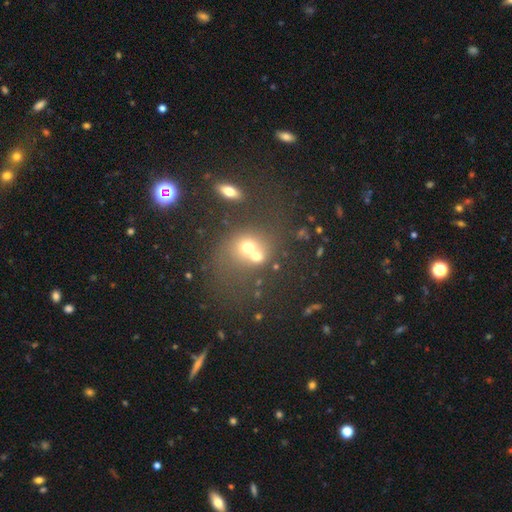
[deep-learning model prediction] Morphology: type=smooth (60%); roundness=round (68%); merging=merger (59%).